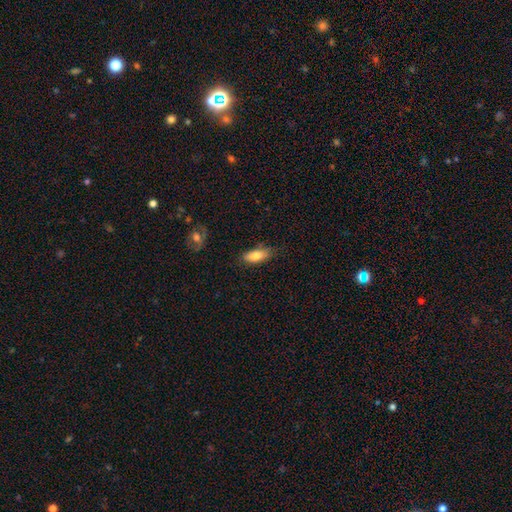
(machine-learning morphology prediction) Overall: smooth (80%). How rounded: in between (75%). Merging: none (77%).